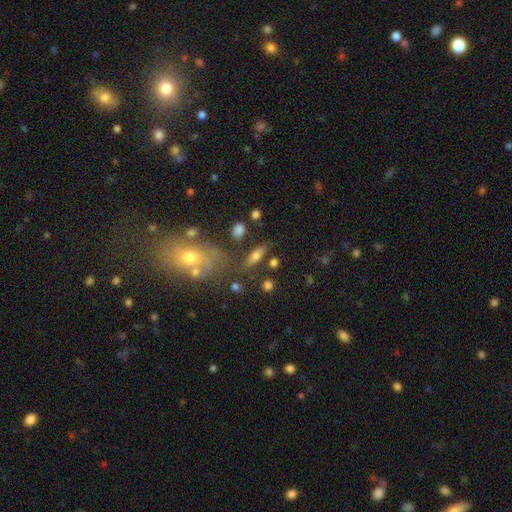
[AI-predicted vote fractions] Smooth or featured? smooth (51%)
How rounded? in between (47%)
Merging? none (71%)